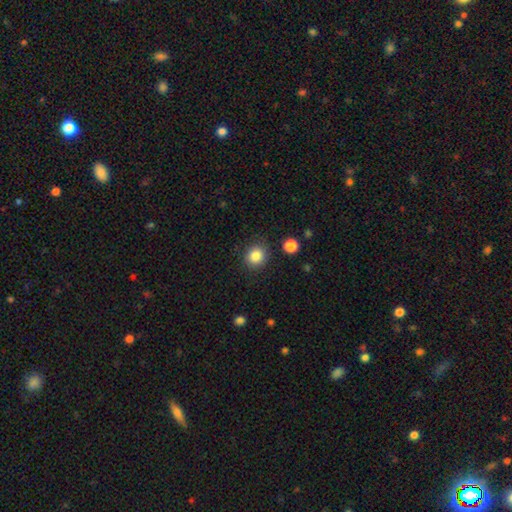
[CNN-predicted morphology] smooth-or-featured: smooth: 85% | star or artifact: 10% | featured or disk: 5%
  how-rounded: round: 82% | in between: 17% | cigar-shaped: 1%
  merging: none: 87% | minor disturbance: 8% | major disturbance: 3% | merger: 2%